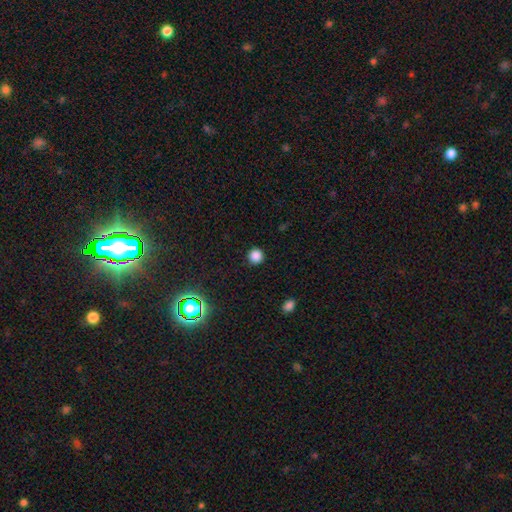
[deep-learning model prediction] Smooth or featured? smooth (85%)
How rounded? round (95%)
Merging? none (92%)